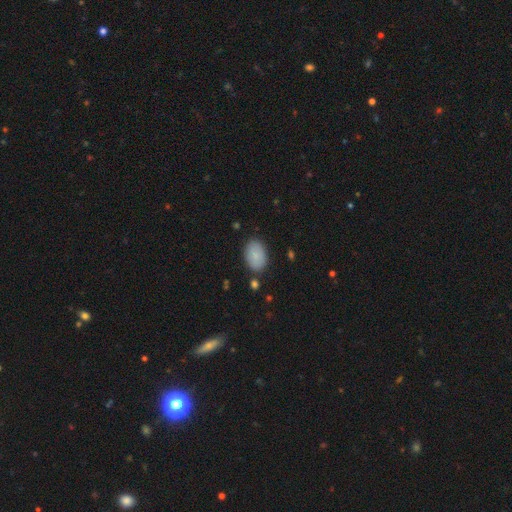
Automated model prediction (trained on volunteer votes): A smooth galaxy with no disk features (85%) that is in between round and cigar-shaped (89%). Merging: none (83%).